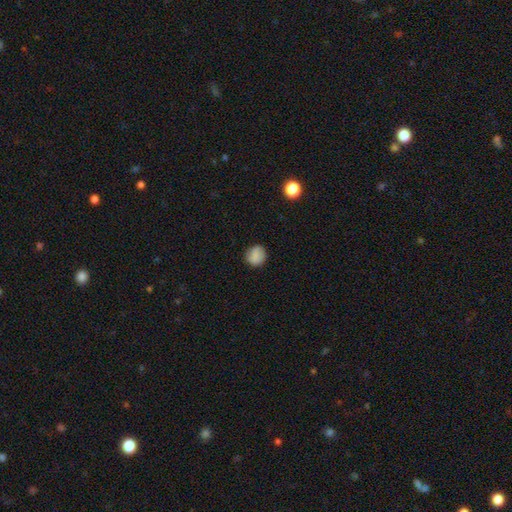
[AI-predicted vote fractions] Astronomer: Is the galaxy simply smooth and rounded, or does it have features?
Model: smooth — 82%.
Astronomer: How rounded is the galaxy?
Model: round — 83%.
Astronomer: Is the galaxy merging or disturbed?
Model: none — 80%.